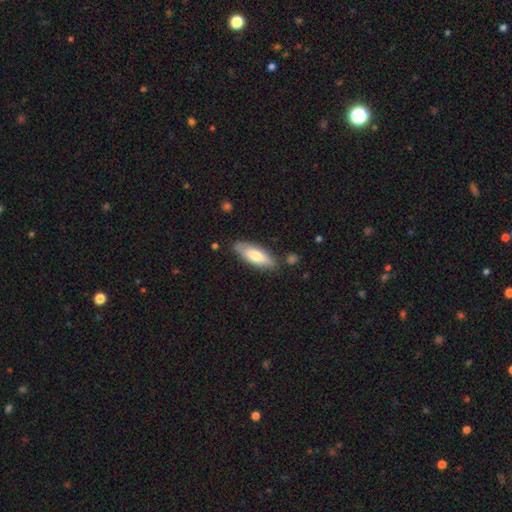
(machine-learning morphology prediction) Q: Smooth or featured?
A: smooth (73%); runner-up: featured or disk (22%)
Q: How rounded?
A: in between (63%); runner-up: cigar-shaped (35%)
Q: Merging?
A: none (81%); runner-up: minor disturbance (14%)